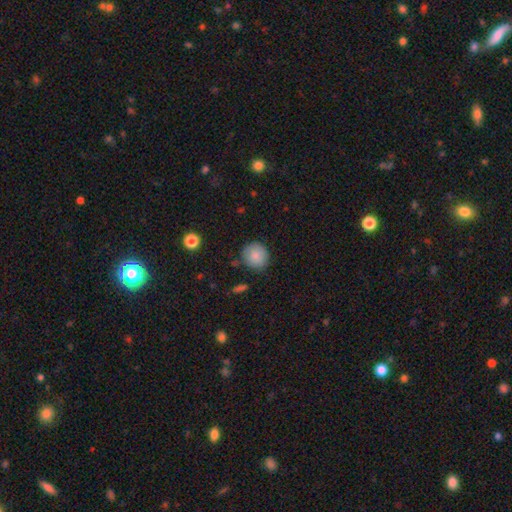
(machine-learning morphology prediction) Smooth or featured: smooth — 85% (star or artifact — 8%)
How rounded: round — 89% (in between — 10%)
Merging: none — 83% (minor disturbance — 12%)